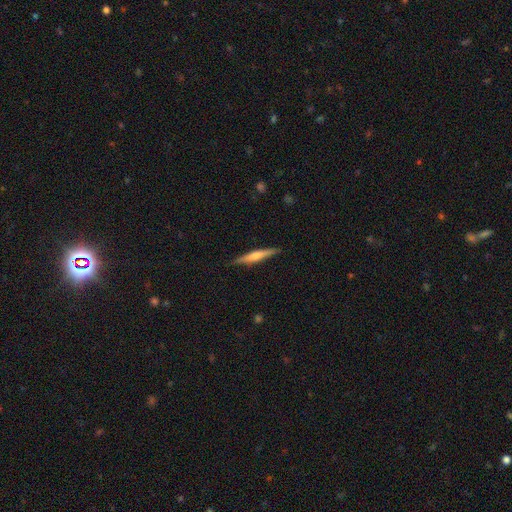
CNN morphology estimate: Smooth or featured? featured or disk (50%)
Edge-on disk? yes (97%)
Merging? none (88%)